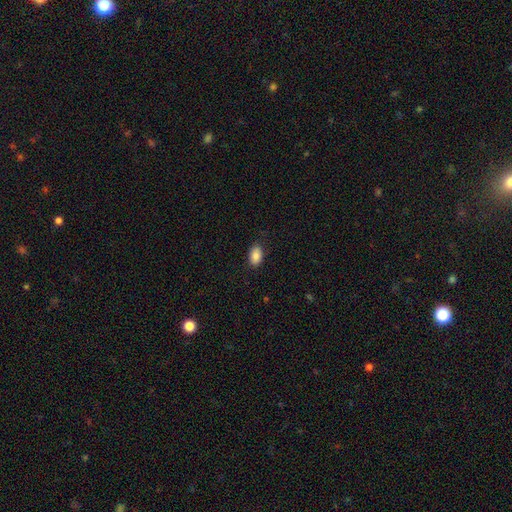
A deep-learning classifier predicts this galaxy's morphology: Overall: smooth (86%). How rounded: in between (90%). Merging: none (83%).